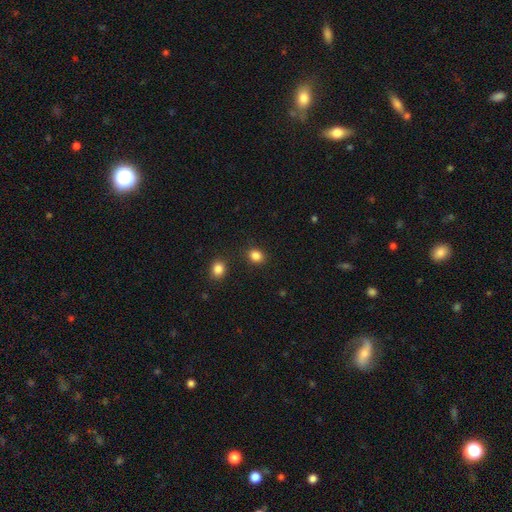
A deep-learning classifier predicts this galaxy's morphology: smooth-or-featured: smooth: 85% | star or artifact: 11% | featured or disk: 4%
  how-rounded: round: 62% | in between: 37% | cigar-shaped: 1%
  merging: none: 86% | minor disturbance: 8% | merger: 3% | major disturbance: 3%